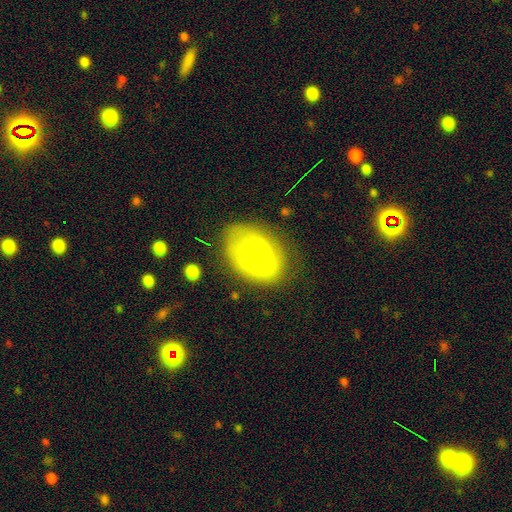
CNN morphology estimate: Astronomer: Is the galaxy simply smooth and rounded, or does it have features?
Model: featured or disk — 66%.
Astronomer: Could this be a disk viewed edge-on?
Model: no — 97%.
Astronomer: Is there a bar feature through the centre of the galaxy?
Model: no — 65%.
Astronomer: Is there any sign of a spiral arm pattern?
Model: yes — 89%.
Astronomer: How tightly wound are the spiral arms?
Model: tight — 44% (runner-up: medium, 42%).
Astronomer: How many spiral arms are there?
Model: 2 — 64%.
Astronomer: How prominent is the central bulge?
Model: small — 78%.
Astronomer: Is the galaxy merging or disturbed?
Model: none — 77%.